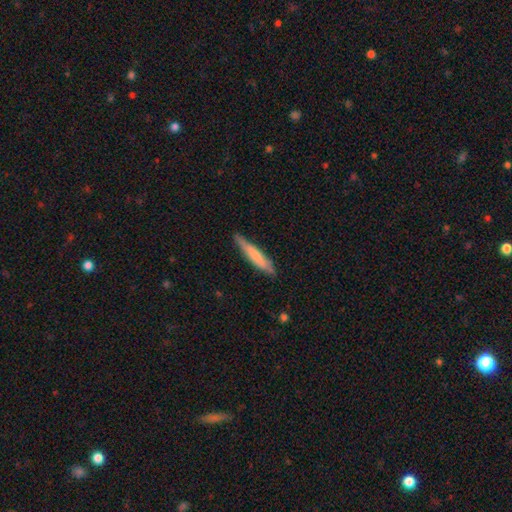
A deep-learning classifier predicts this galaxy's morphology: Q: Smooth or featured?
A: smooth (63%); runner-up: featured or disk (32%)
Q: How rounded?
A: cigar-shaped (91%); runner-up: in between (8%)
Q: Merging?
A: none (81%); runner-up: minor disturbance (15%)